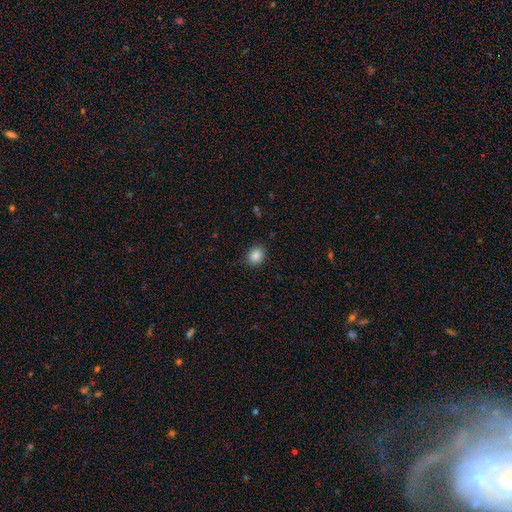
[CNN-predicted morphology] smooth-or-featured: smooth: 86% | star or artifact: 10% | featured or disk: 4%
  how-rounded: round: 70% | in between: 29% | cigar-shaped: 1%
  merging: none: 86% | minor disturbance: 10% | major disturbance: 3% | merger: 1%